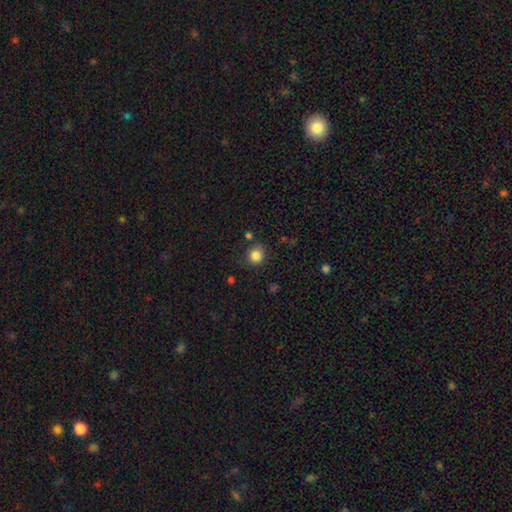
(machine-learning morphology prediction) smooth_or_featured: smooth (p=0.84) [alt: star or artifact p=0.11]
how_rounded: round (p=0.89) [alt: in between p=0.10]
merging: none (p=0.83) [alt: minor disturbance p=0.11]